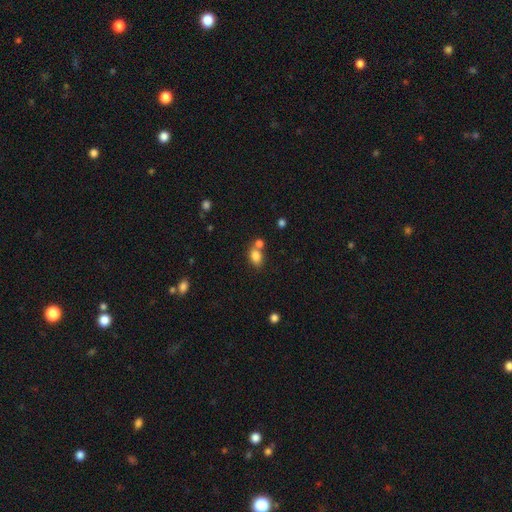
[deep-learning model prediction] Q: Smooth or featured?
A: smooth (82%); runner-up: star or artifact (10%)
Q: How rounded?
A: in between (71%); runner-up: round (28%)
Q: Merging?
A: none (51%); runner-up: merger (34%)